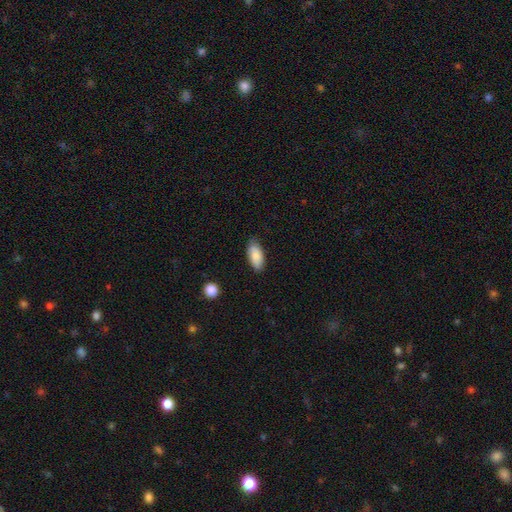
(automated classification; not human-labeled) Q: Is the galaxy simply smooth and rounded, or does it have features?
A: smooth — 85%.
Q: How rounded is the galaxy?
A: in between — 90%.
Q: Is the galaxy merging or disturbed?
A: none — 82%.